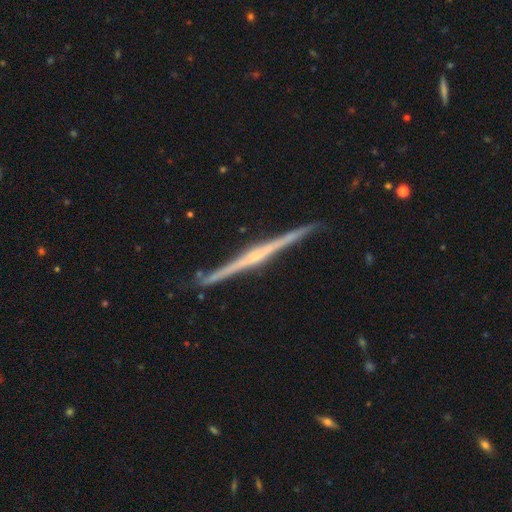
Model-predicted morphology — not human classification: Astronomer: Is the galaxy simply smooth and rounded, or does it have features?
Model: featured or disk — 86%.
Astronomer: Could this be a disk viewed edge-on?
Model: yes — 98%.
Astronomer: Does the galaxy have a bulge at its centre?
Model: rounded — 56%.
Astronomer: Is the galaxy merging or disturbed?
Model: none — 89%.